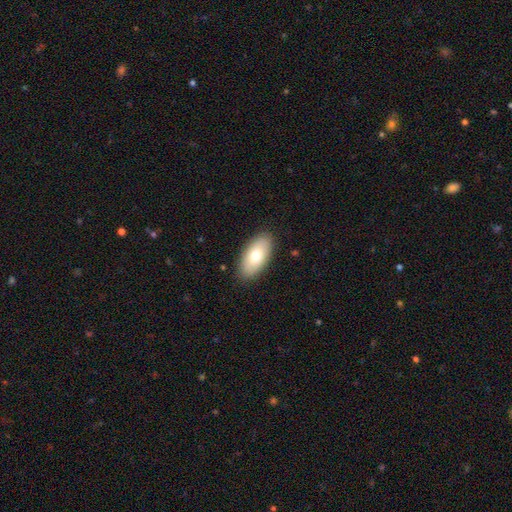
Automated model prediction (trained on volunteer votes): A smooth galaxy with no disk features (74%) that is in between round and cigar-shaped (93%).

Vote fractions:
- Smooth or featured? smooth: 74% / featured or disk: 20% / star or artifact: 6%
- How rounded? in between: 93% / cigar-shaped: 5% / round: 3%
- Merging? none: 88% / minor disturbance: 9% / major disturbance: 2% / merger: 1%